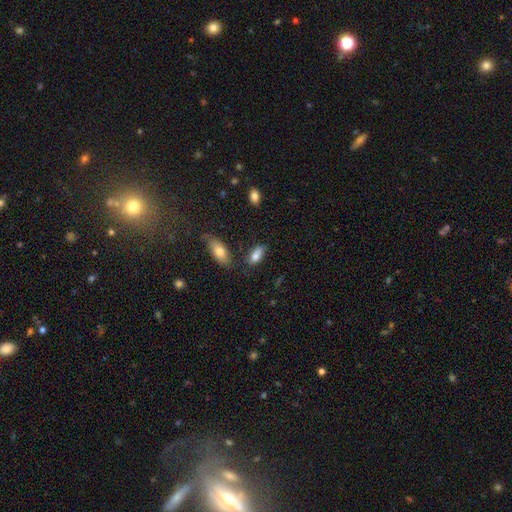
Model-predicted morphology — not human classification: type=smooth (80%); roundness=in between (85%); merging=none (66%).